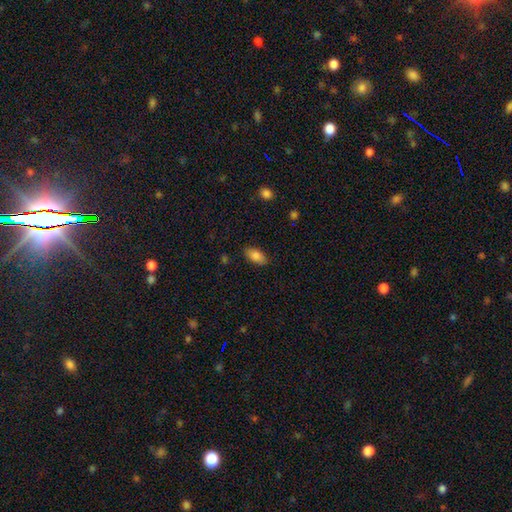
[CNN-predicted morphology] A smooth galaxy with no disk features (84%) that is in between round and cigar-shaped (90%). Merging: none (84%).